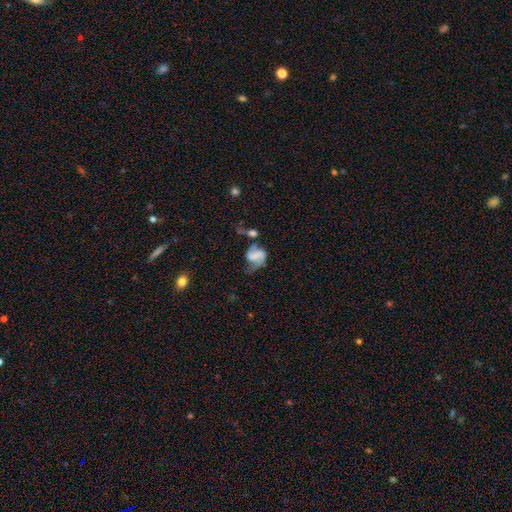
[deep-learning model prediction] A featured or disk galaxy (65%) with no bar (38%), 2 (78%) loose (43%) spiral arms (85%) and no central bulge (57%). Merging: none (35%).